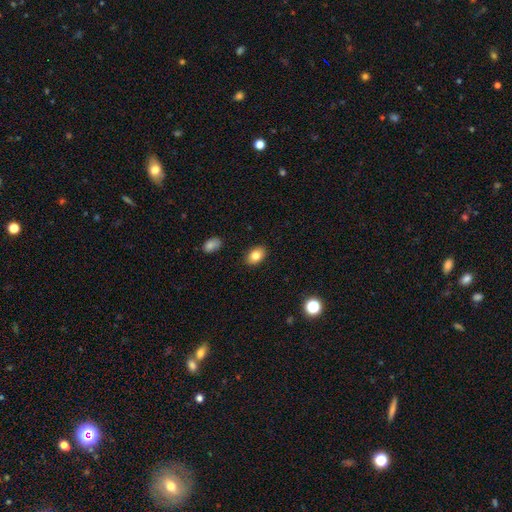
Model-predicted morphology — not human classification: Smooth or featured: smooth — 82% (featured or disk — 9%)
How rounded: in between — 84% (round — 15%)
Merging: none — 89% (minor disturbance — 8%)